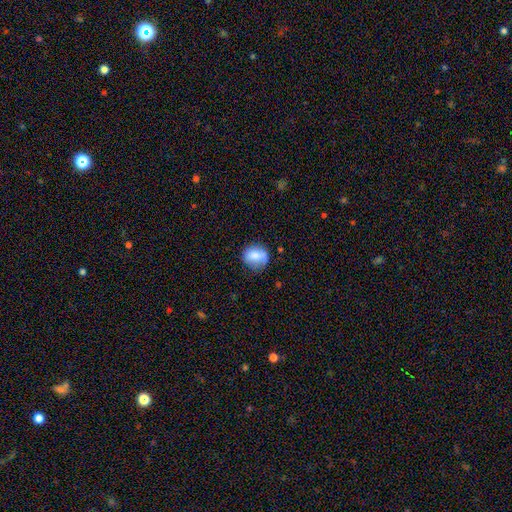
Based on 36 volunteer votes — A smooth galaxy with no disk features (86%) that is round (58%).

Vote fractions:
- Smooth or featured? smooth: 86% / featured or disk: 11% / star or artifact: 3%
- How rounded? round: 58% / in between: 42% / cigar-shaped: 0%
- Merging? none: 60% / minor disturbance: 40% / major disturbance: 0% / merger: 0%